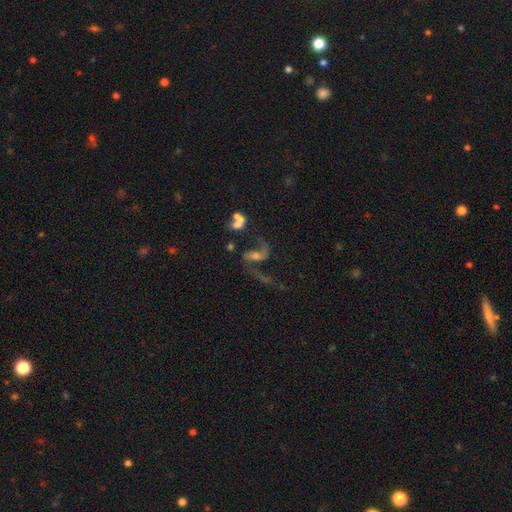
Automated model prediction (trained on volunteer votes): A featured or disk galaxy (78%) with a weak bar (41%), 2 (83%) loose (80%) spiral arms (90%) and a moderate central bulge (36%, tied with small). Merging: none (41%).